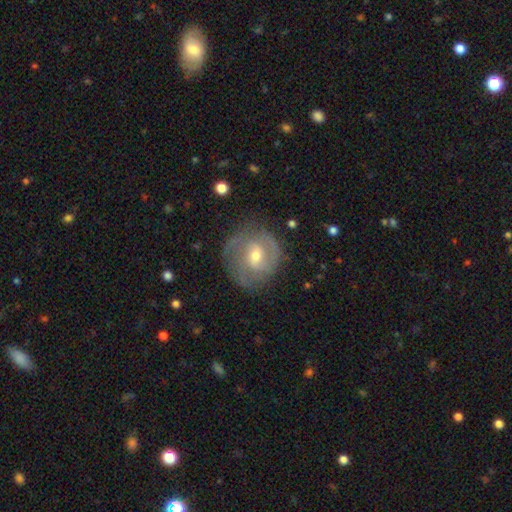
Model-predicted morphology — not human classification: smooth_or_featured: featured or disk (p=0.78) [alt: smooth p=0.15]
disk_edge_on: no (p=0.97) [alt: yes p=0.03]
bar: weak (p=0.49) [alt: no p=0.39]
has_spiral_arms: yes (p=0.92) [alt: no p=0.08]
spiral_winding: medium (p=0.43) [tied with: tight p=0.43]
spiral_arm_count: 2 (p=0.54) [alt: can't tell p=0.19]
bulge_size: moderate (p=0.51) [alt: small p=0.45]
merging: none (p=0.72) [alt: minor disturbance p=0.18]